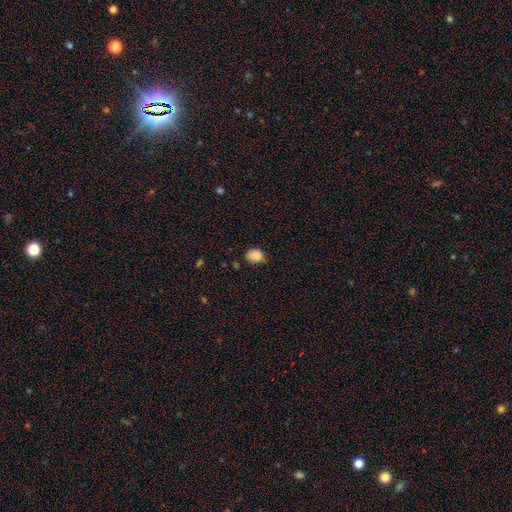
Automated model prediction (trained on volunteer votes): Q: Smooth or featured?
A: smooth (85%); runner-up: star or artifact (9%)
Q: How rounded?
A: in between (57%); runner-up: round (42%)
Q: Merging?
A: none (58%); runner-up: minor disturbance (34%)